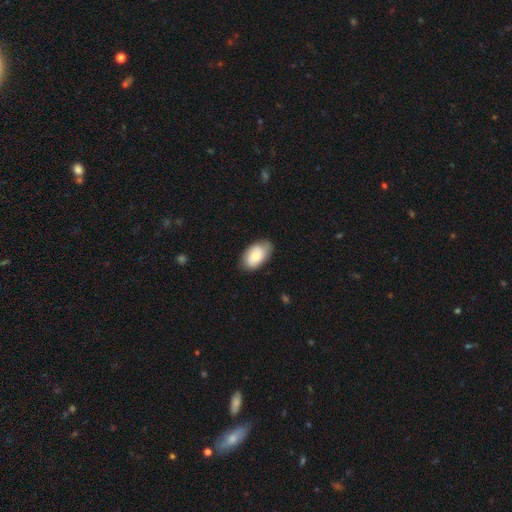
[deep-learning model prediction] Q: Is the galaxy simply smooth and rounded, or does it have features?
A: smooth — 71%.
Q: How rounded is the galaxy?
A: in between — 91%.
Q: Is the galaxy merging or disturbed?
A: none — 75%.